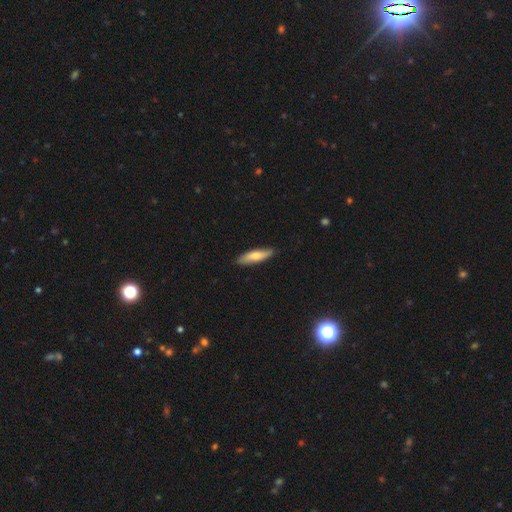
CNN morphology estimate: A smooth galaxy with no disk features (69%) that is cigar-shaped (65%). Merging: none (85%).